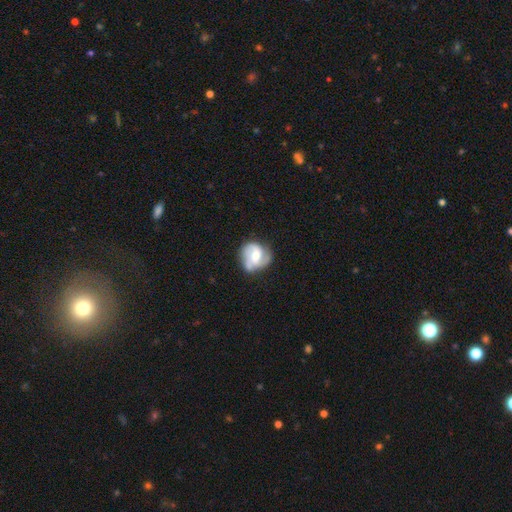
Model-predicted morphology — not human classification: Overall: featured or disk (70%). Edge-on disk: no (98%). Bar: weak (43%; no 41%). Spiral arms: yes (89%). Spiral arm count: 2 (56%; 3 22%). Spiral winding: medium (46%; tight 29%). Bulge size: moderate (65%; small 27%). Merging: none (59%; minor disturbance 26%).